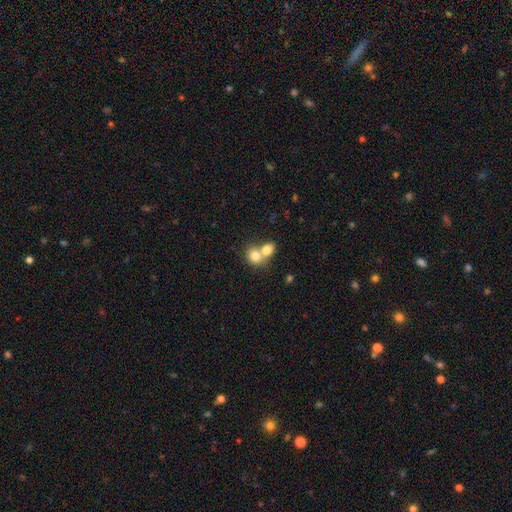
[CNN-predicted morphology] Q: Smooth or featured?
A: smooth (76%); runner-up: featured or disk (15%)
Q: How rounded?
A: round (62%); runner-up: in between (37%)
Q: Merging?
A: merger (68%); runner-up: none (24%)